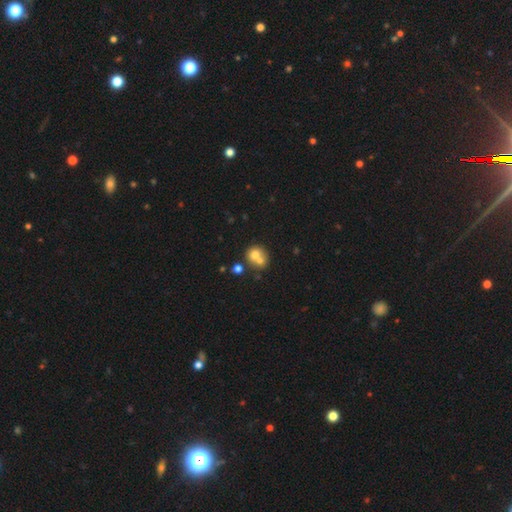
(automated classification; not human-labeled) Smooth or featured?
  - smooth: 68% *
  - featured or disk: 21%
  - star or artifact: 11%
How rounded?
  - round: 80% *
  - in between: 19%
  - cigar-shaped: 1%
Merging?
  - merger: 53% *
  - none: 37%
  - minor disturbance: 7%
  - major disturbance: 3%